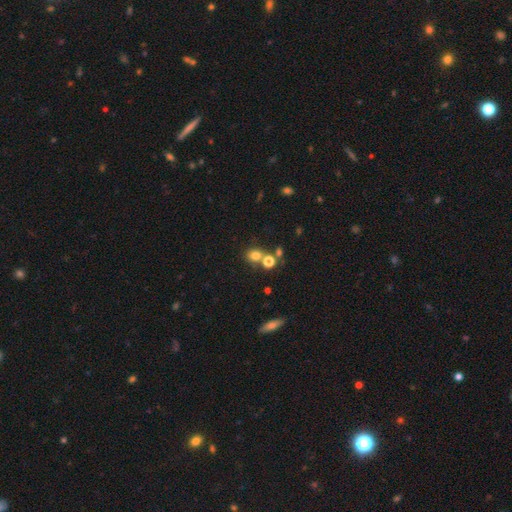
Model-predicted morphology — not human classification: smooth_or_featured: smooth (p=0.74) [alt: star or artifact p=0.17]
how_rounded: round (p=0.72) [alt: in between p=0.27]
merging: none (p=0.57) [alt: merger p=0.29]